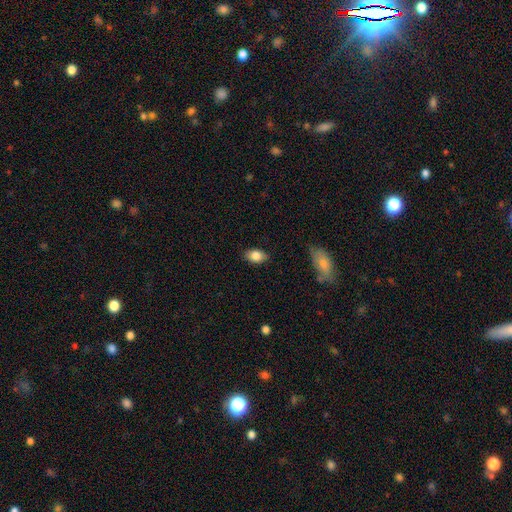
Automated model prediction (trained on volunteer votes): Overall: smooth (83%). How rounded: in between (88%). Merging: none (84%).